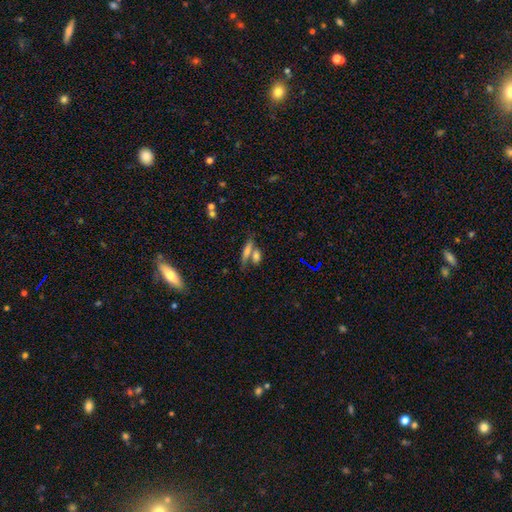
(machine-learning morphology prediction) Smooth or featured?
  - smooth: 69% *
  - featured or disk: 19%
  - star or artifact: 11%
How rounded?
  - in between: 49% *
  - cigar-shaped: 44%
  - round: 7%
Merging?
  - merger: 46% *
  - none: 39%
  - minor disturbance: 9%
  - major disturbance: 5%